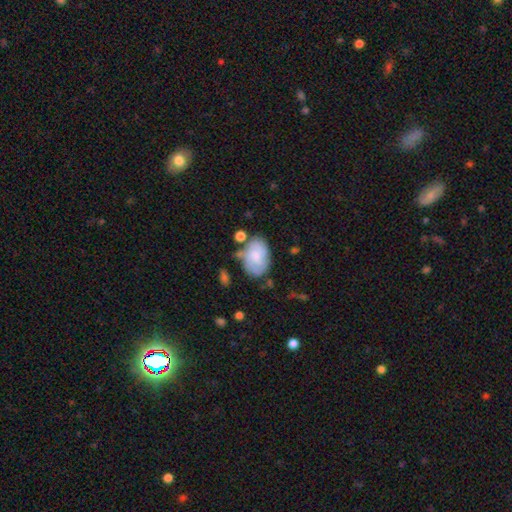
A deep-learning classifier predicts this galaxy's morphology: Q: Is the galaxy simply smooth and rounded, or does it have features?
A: smooth — 53%.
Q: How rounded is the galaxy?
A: in between — 84%.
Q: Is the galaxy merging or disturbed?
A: none — 58%.